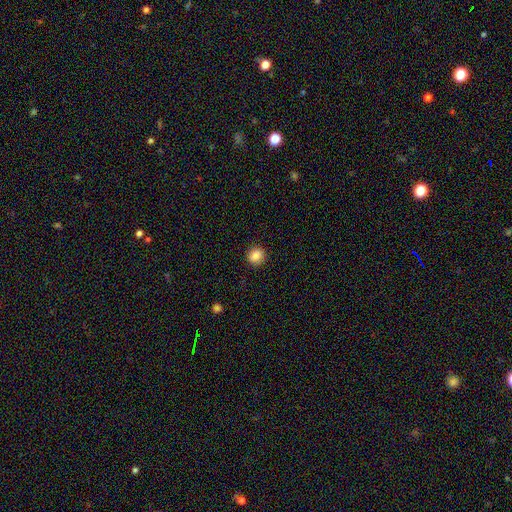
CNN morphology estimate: Smooth or featured?
  - smooth: 87% *
  - star or artifact: 9%
  - featured or disk: 4%
How rounded?
  - round: 86% *
  - in between: 13%
  - cigar-shaped: 1%
Merging?
  - none: 90% *
  - minor disturbance: 7%
  - major disturbance: 2%
  - merger: 1%